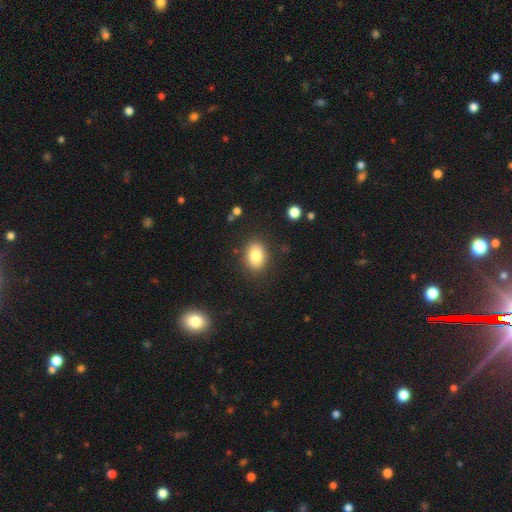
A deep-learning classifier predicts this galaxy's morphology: type=smooth (83%); roundness=in between (74%); merging=none (85%).